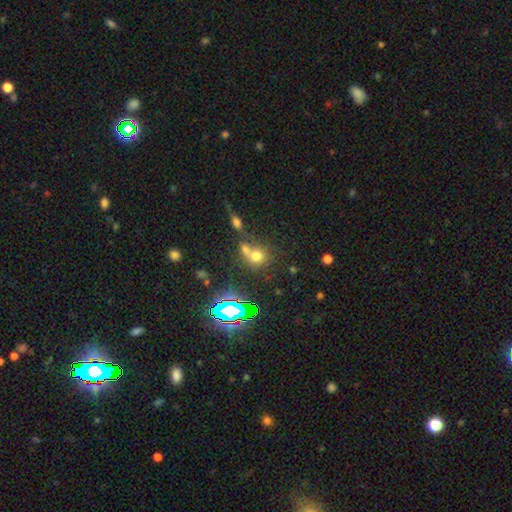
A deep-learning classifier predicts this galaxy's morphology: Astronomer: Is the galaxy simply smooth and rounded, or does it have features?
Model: smooth — 63%.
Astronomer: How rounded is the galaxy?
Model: round — 76%.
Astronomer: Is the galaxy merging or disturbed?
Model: merger — 47% (runner-up: none, 39%).